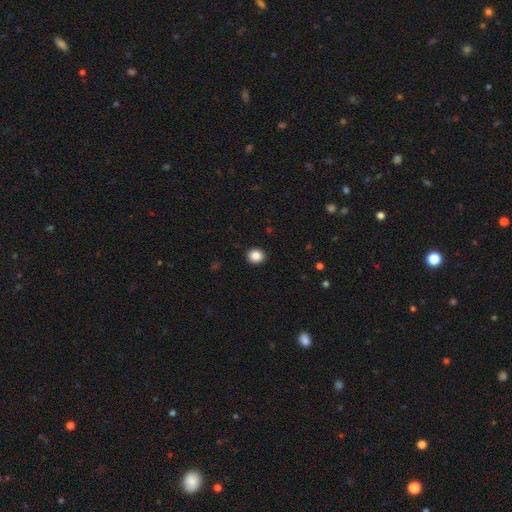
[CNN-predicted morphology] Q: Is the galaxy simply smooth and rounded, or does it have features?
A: smooth — 87%.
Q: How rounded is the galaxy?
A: round — 85%.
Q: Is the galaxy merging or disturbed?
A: none — 93%.